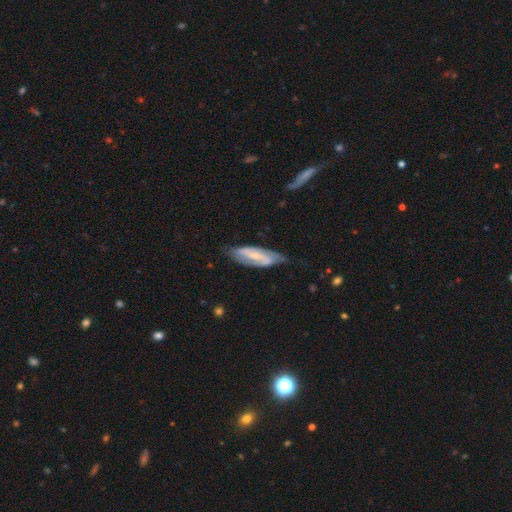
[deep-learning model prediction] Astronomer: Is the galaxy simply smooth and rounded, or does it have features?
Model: featured or disk — 74%.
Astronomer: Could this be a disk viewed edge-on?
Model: no — 84%.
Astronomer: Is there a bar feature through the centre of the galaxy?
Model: strong — 43% (runner-up: weak, 34%).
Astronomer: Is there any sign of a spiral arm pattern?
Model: yes — 87%.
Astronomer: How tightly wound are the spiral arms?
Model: medium — 42% (runner-up: tight, 35%).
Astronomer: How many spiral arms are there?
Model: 2 — 79%.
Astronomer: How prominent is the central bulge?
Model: small — 65%.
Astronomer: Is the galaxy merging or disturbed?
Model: none — 68%.